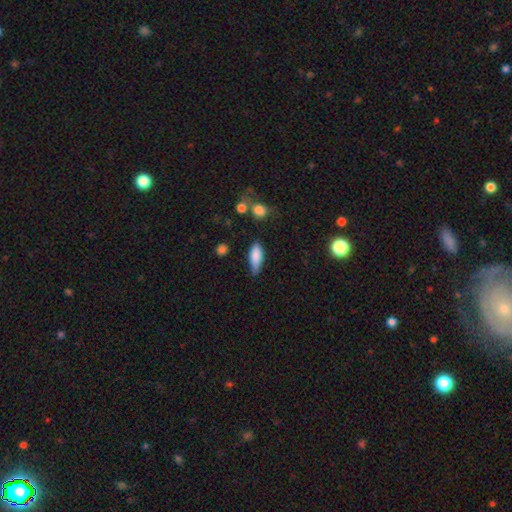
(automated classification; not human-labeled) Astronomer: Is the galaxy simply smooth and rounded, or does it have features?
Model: smooth — 83%.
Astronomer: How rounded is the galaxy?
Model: in between — 72%.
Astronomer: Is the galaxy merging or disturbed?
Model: none — 57% (runner-up: minor disturbance, 33%).